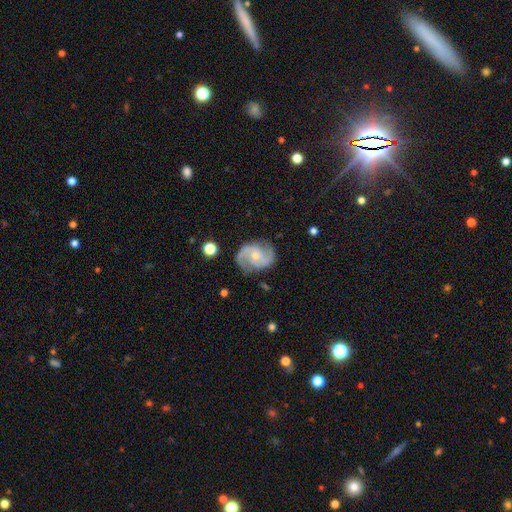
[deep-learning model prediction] smooth_or_featured: featured or disk (p=0.85) [alt: smooth p=0.09]
disk_edge_on: no (p=0.98) [alt: yes p=0.02]
bar: no (p=0.58) [alt: weak p=0.35]
has_spiral_arms: yes (p=0.96) [alt: no p=0.04]
spiral_winding: medium (p=0.53) [alt: tight p=0.25]
spiral_arm_count: 2 (p=0.88) [alt: can't tell p=0.05]
bulge_size: small (p=0.56) [alt: moderate p=0.39]
merging: none (p=0.77) [alt: minor disturbance p=0.16]